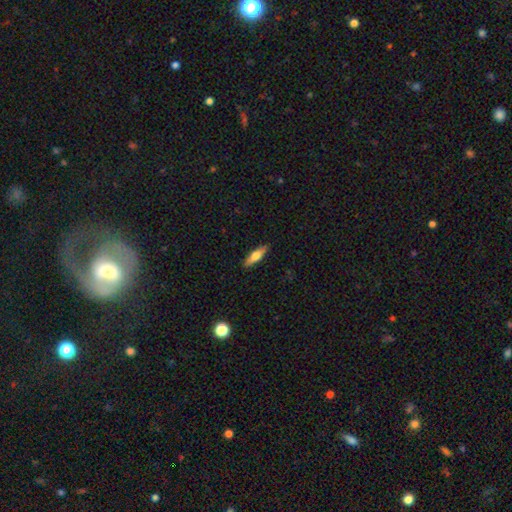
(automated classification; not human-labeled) Smooth or featured?
  - smooth: 54% *
  - featured or disk: 40%
  - star or artifact: 6%
How rounded?
  - cigar-shaped: 65% *
  - in between: 33%
  - round: 2%
Merging?
  - none: 90% *
  - minor disturbance: 8%
  - major disturbance: 2%
  - merger: 1%